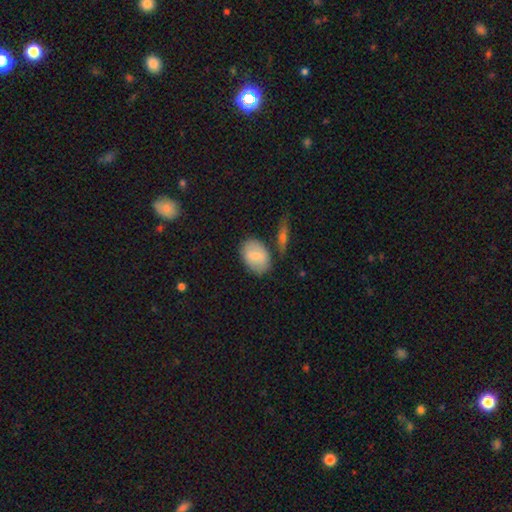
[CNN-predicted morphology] The model was most divided on "smooth or featured": smooth: 72%, featured or disk: 22%, star or artifact: 6%. More confident: how rounded — in between (79%); merging — none (68%).